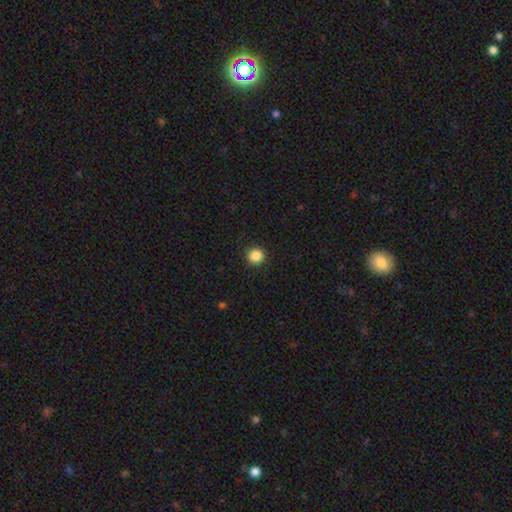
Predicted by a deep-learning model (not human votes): A smooth galaxy with no disk features (87%) that is round (93%).

Vote fractions:
- Smooth or featured? smooth: 87% / star or artifact: 10% / featured or disk: 3%
- How rounded? round: 93% / in between: 6% / cigar-shaped: 1%
- Merging? none: 92% / minor disturbance: 5% / major disturbance: 2% / merger: 1%